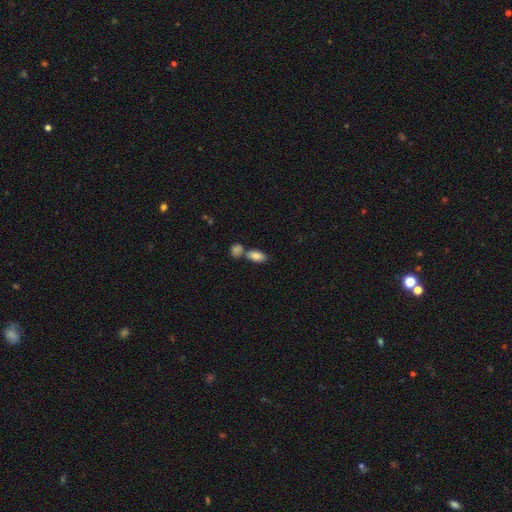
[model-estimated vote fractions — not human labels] Overall: smooth (83%). How rounded: in between (90%). Merging: none (52%; merger 33%).